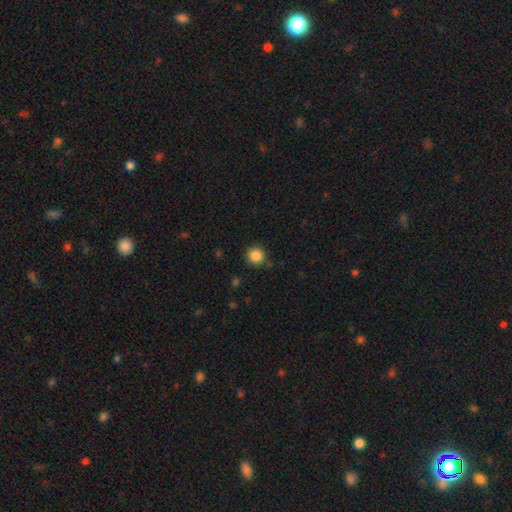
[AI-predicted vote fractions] This is clearly a smooth galaxy (86%). How rounded: clearly round (95%). Merging: clearly none (88%).